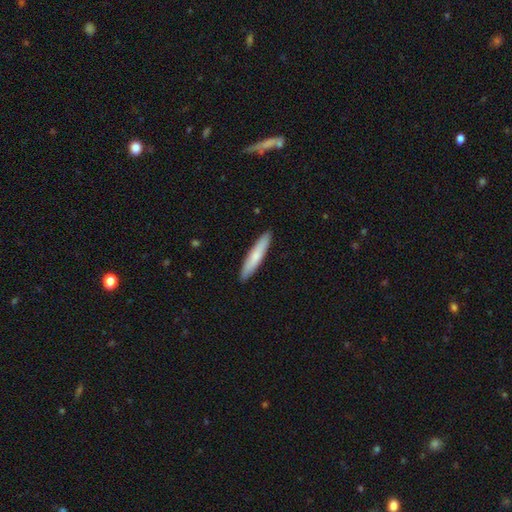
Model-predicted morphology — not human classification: A smooth galaxy with no disk features (73%) that is cigar-shaped (90%).

Vote fractions:
- Smooth or featured? smooth: 73% / featured or disk: 22% / star or artifact: 5%
- How rounded? cigar-shaped: 90% / in between: 9% / round: 1%
- Merging? none: 91% / minor disturbance: 6% / major disturbance: 1% / merger: 1%